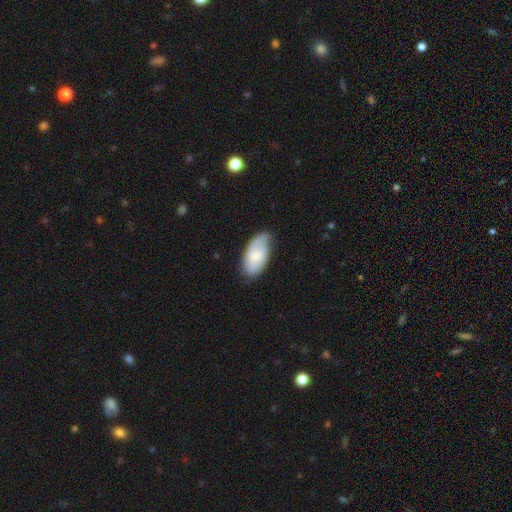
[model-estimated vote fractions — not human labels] This appears to be a smooth galaxy with no disk features (59%) that is in between round and cigar-shaped (94%). Merging: none (58%).